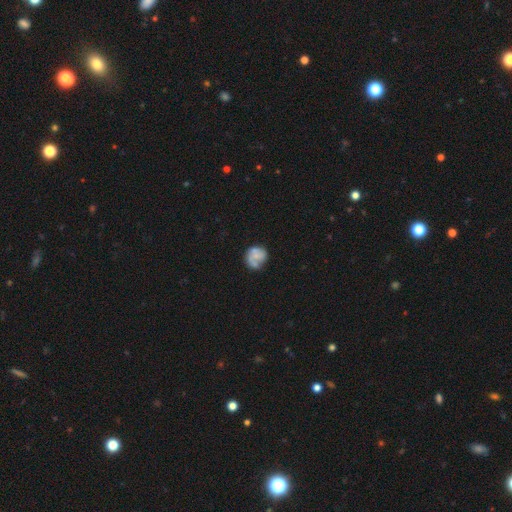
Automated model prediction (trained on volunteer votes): Smooth or featured? Predicted: smooth (p=0.52). How rounded? Predicted: round (p=0.76). Merging? Predicted: none (p=0.50).